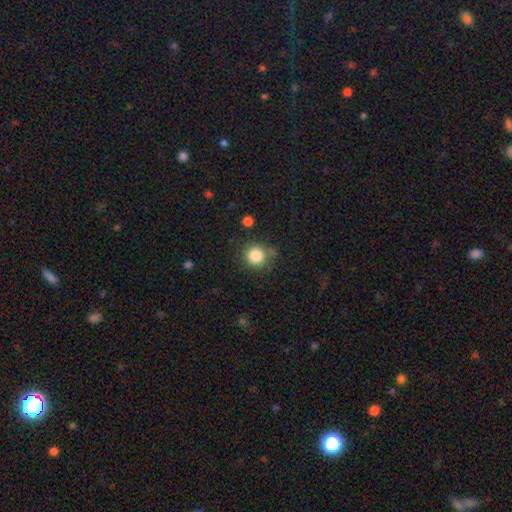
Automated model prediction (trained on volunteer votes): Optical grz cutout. It shows a smooth galaxy with no disk features (83%) that is round (92%). Merging: none (79%).